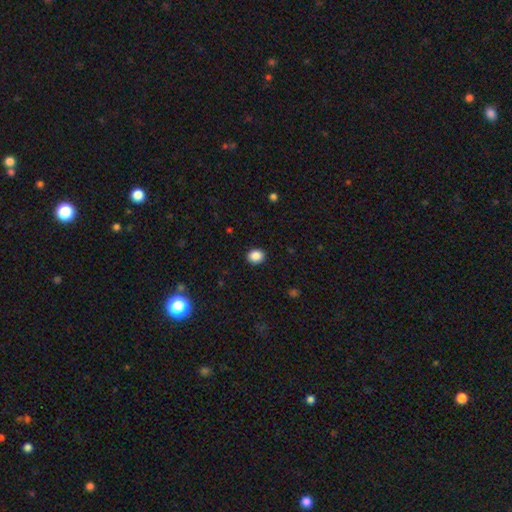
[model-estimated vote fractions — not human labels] This appears to be a smooth galaxy with no disk features (87%) that is round (70%). Merging: none (91%).